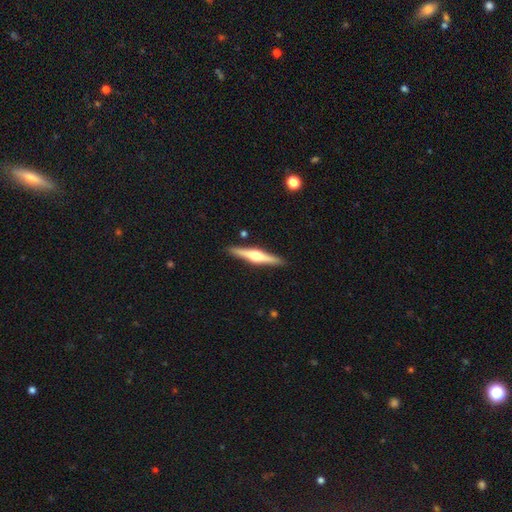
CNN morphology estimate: Q: Smooth or featured?
A: featured or disk (72%); runner-up: smooth (23%)
Q: Edge-on disk?
A: yes (98%); runner-up: no (2%)
Q: Edge-on bulge?
A: rounded (92%); runner-up: boxy (5%)
Q: Merging?
A: none (90%); runner-up: minor disturbance (7%)